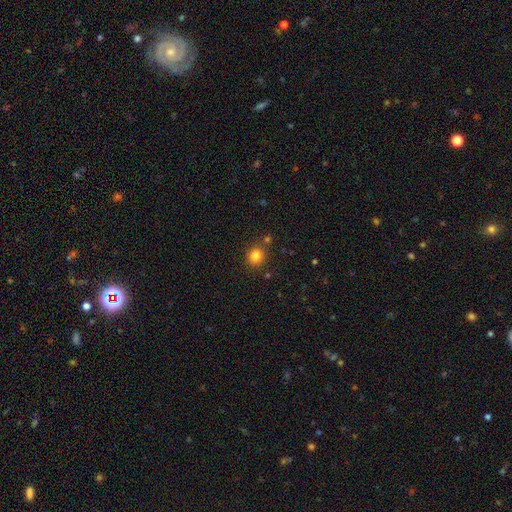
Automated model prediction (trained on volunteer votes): Smooth or featured?
  - smooth: 83% *
  - star or artifact: 12%
  - featured or disk: 5%
How rounded?
  - round: 81% *
  - in between: 18%
  - cigar-shaped: 1%
Merging?
  - none: 81% *
  - minor disturbance: 9%
  - merger: 7%
  - major disturbance: 3%